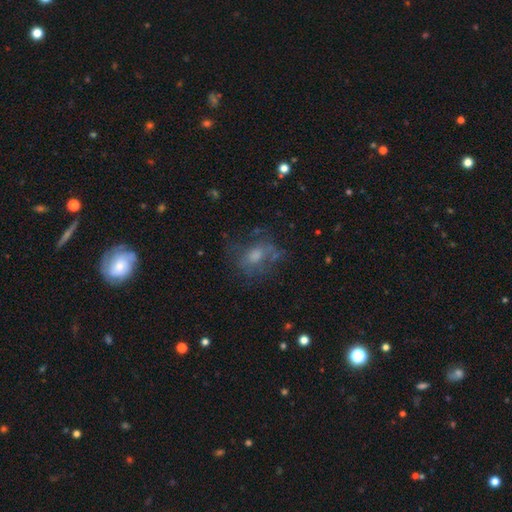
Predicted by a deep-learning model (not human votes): This is possibly a smooth galaxy (49%). Merging: possibly none (49%).